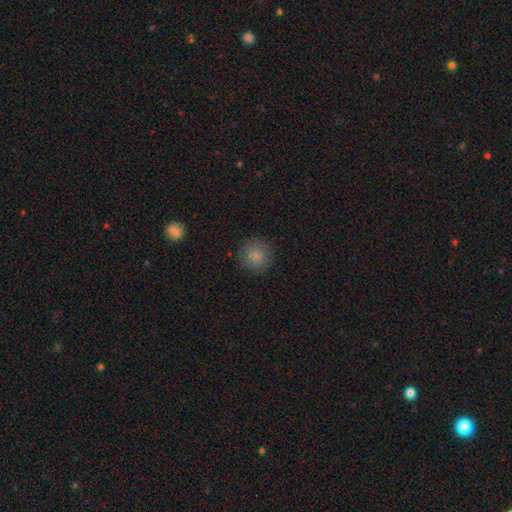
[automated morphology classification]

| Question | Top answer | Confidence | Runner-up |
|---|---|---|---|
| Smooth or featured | smooth | 84% | star or artifact (10%) |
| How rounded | round | 95% | in between (4%) |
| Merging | none | 89% | minor disturbance (8%) |